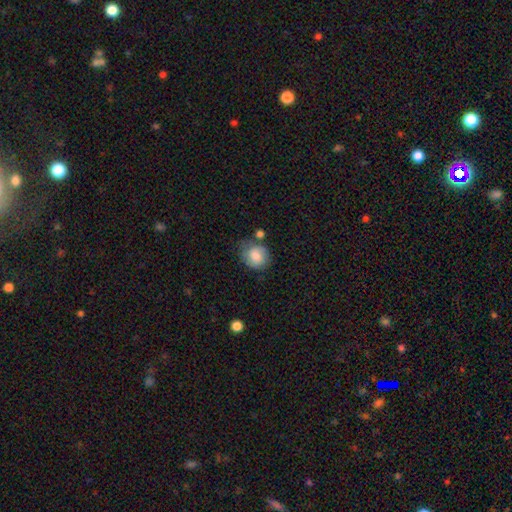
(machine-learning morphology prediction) Overall: smooth (76%). How rounded: round (72%). Merging: none (55%; minor disturbance 26%).